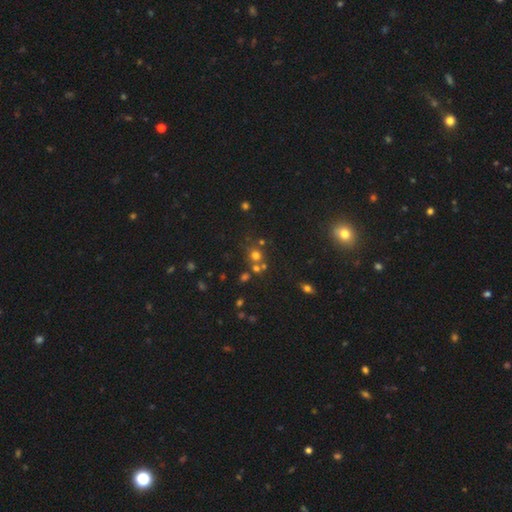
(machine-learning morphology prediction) This appears to be a smooth galaxy with no disk features (61%) that is round (87%). Merging: none (63%).